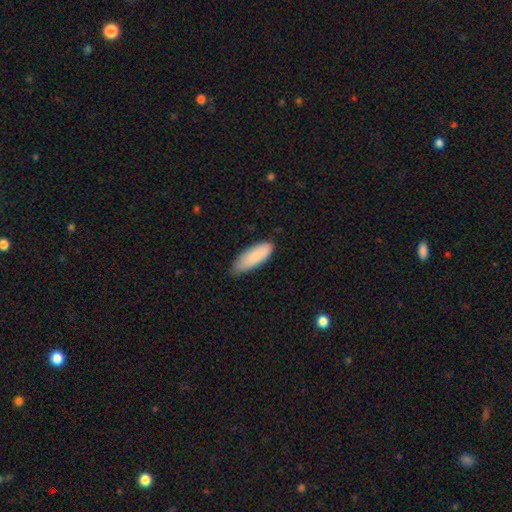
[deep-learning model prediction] Smooth or featured? Predicted: smooth (p=0.87). How rounded? Predicted: in between (p=0.72). Merging? Predicted: none (p=0.75).